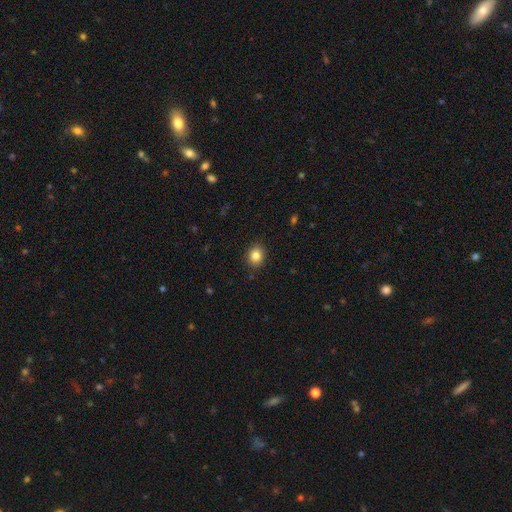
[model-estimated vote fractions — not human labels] A smooth galaxy with no disk features (85%) that is round (63%). Merging: none (89%).